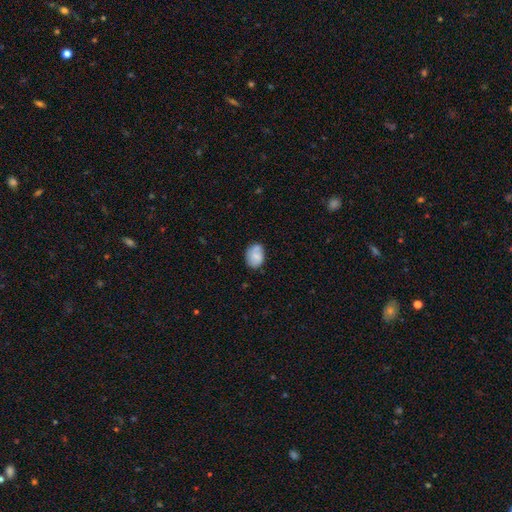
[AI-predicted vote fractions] This is likely a smooth galaxy (70%). How rounded: likely in between (70%). Merging: likely none (63%).